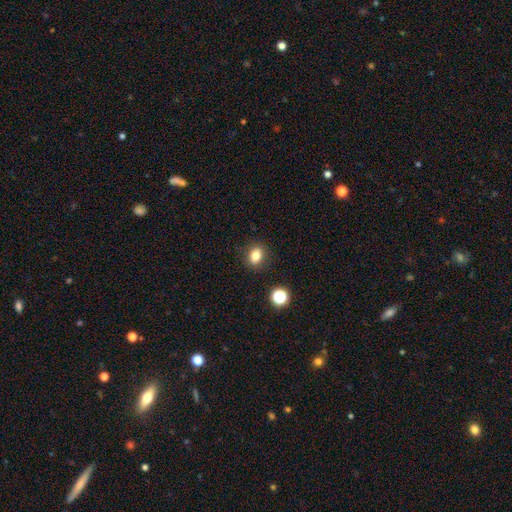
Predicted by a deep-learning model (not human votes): Smooth or featured? smooth (81%)
How rounded? in between (56%)
Merging? none (86%)